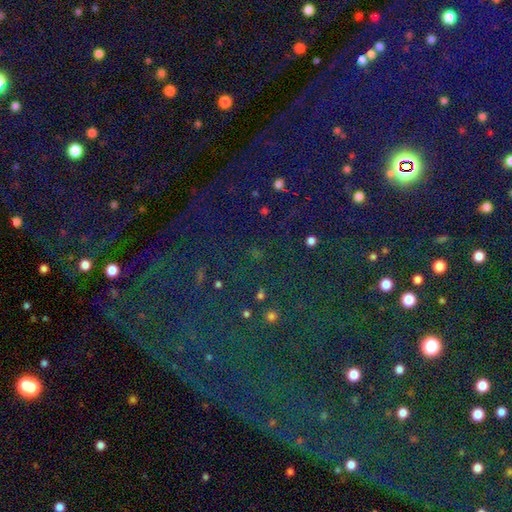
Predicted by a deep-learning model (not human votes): Smooth or featured?
  - star or artifact: 77% *
  - smooth: 15%
  - featured or disk: 8%